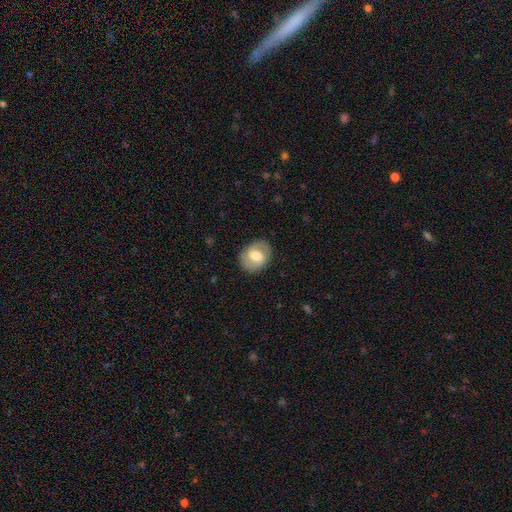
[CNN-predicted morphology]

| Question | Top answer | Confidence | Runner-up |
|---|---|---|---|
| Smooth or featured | featured or disk | 50% | smooth (43%) |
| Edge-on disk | no | 96% | yes (4%) |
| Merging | none | 84% | minor disturbance (11%) |